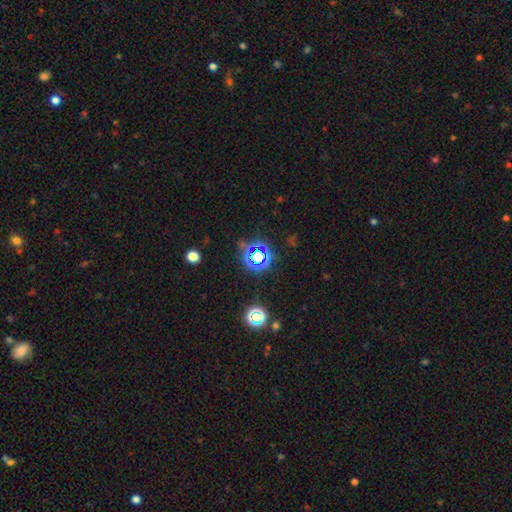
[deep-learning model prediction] The model was most divided on "smooth or featured": star or artifact: 68%, smooth: 22%, featured or disk: 10%.